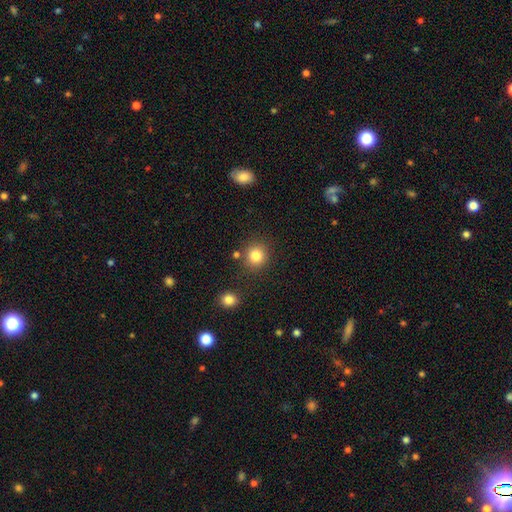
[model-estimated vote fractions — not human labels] smooth_or_featured: smooth (p=0.84) [alt: star or artifact p=0.11]
how_rounded: round (p=0.89) [alt: in between p=0.10]
merging: none (p=0.82) [alt: minor disturbance p=0.08]